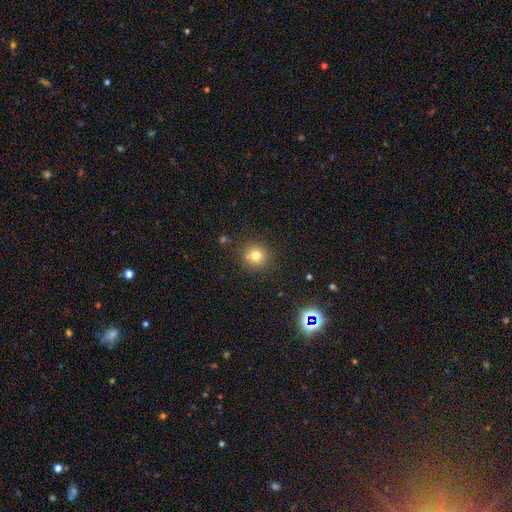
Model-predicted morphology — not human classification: This is likely a smooth galaxy (77%). How rounded: clearly round (92%). Merging: clearly none (86%).